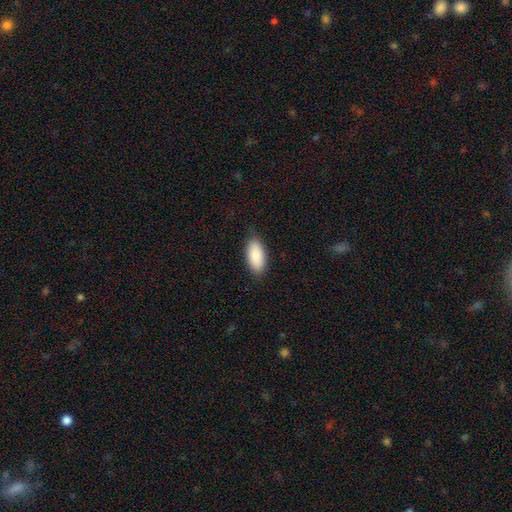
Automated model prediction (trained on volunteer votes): Q: Smooth or featured?
A: smooth (89%); runner-up: star or artifact (6%)
Q: How rounded?
A: in between (92%); runner-up: cigar-shaped (6%)
Q: Merging?
A: none (84%); runner-up: minor disturbance (13%)